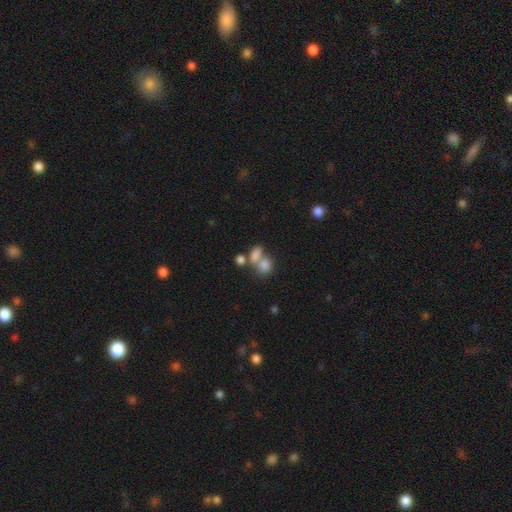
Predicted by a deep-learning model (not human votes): A smooth galaxy with no disk features (77%) that is in between round and cigar-shaped (66%).

Vote fractions:
- Smooth or featured? smooth: 77% / star or artifact: 11% / featured or disk: 11%
- How rounded? in between: 66% / round: 31% / cigar-shaped: 3%
- Merging? merger: 54% / none: 31% / minor disturbance: 9% / major disturbance: 6%